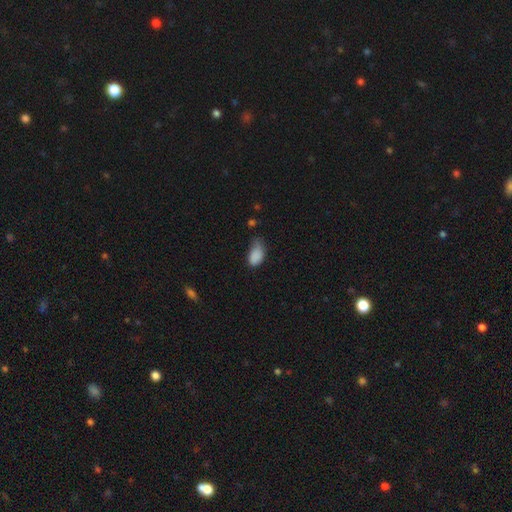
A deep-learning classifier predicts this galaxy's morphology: Smooth or featured?
  - smooth: 85% *
  - star or artifact: 8%
  - featured or disk: 7%
How rounded?
  - in between: 92% *
  - round: 6%
  - cigar-shaped: 2%
Merging?
  - minor disturbance: 44% *
  - none: 36%
  - major disturbance: 17%
  - merger: 3%